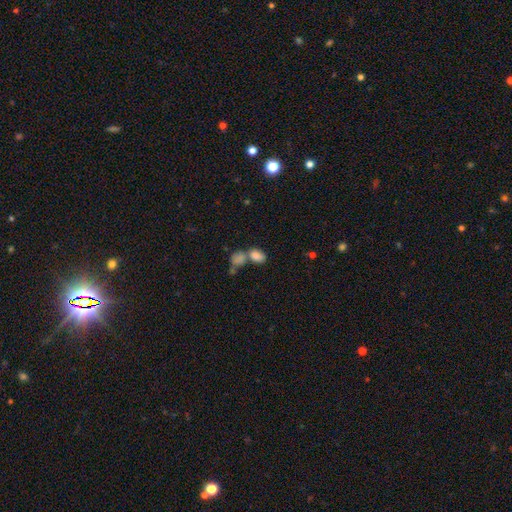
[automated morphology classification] Q: Smooth or featured?
A: smooth (83%); runner-up: star or artifact (10%)
Q: How rounded?
A: in between (85%); runner-up: round (13%)
Q: Merging?
A: merger (53%); runner-up: none (33%)